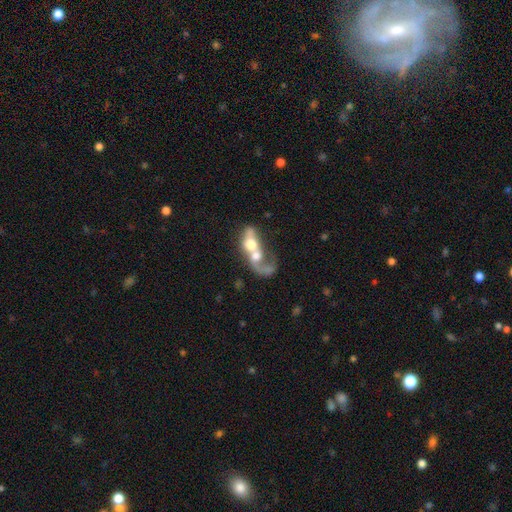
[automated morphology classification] A featured or disk galaxy (51%).

Vote fractions:
- Smooth or featured? featured or disk: 51% / smooth: 41% / star or artifact: 8%
- Edge-on disk? no: 92% / yes: 8%
- Merging? merger: 79% / major disturbance: 11% / none: 7% / minor disturbance: 4%